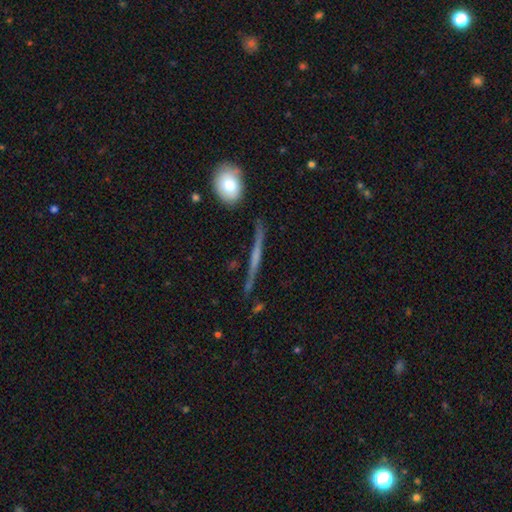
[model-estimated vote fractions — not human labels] This appears to be a featured or disk galaxy (62%) viewed edge-on (94%) with no central bulge (60%). Merging: none (81%).